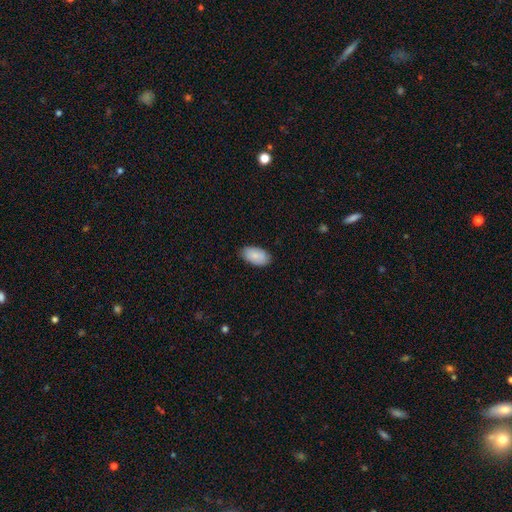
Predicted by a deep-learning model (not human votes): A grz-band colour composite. It shows a smooth galaxy with no disk features (85%) that is in between round and cigar-shaped (95%). Merging: none (84%).